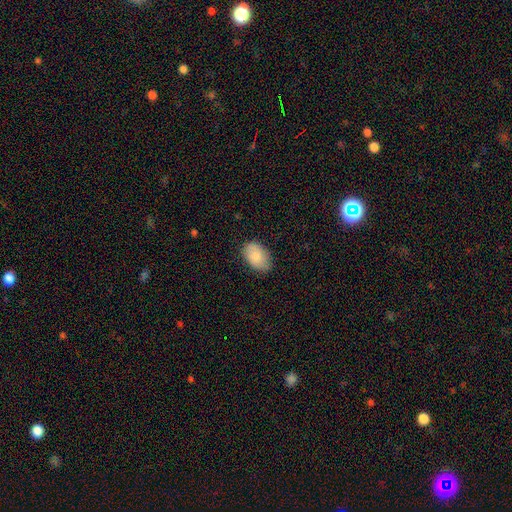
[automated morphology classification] type=smooth (84%); roundness=in between (91%); merging=none (81%).